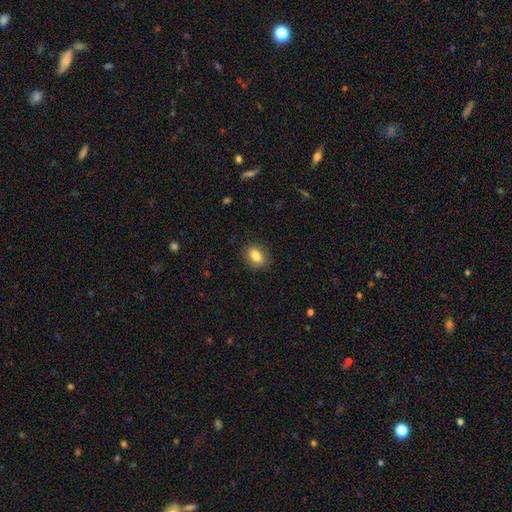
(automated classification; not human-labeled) Smooth or featured: smooth — 83% (featured or disk — 9%)
How rounded: in between — 78% (round — 20%)
Merging: none — 86% (minor disturbance — 10%)